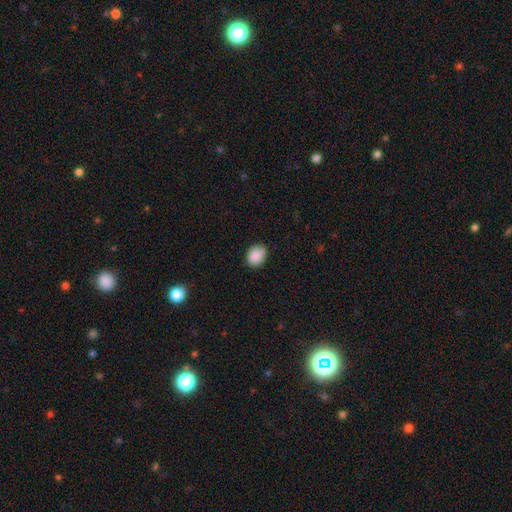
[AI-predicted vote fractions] Q: Smooth or featured?
A: smooth (89%); runner-up: star or artifact (8%)
Q: How rounded?
A: in between (51%); runner-up: round (48%)
Q: Merging?
A: none (81%); runner-up: minor disturbance (15%)